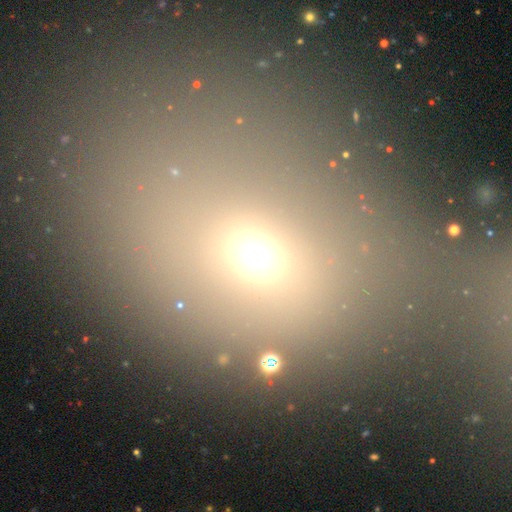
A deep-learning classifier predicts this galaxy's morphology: smooth-or-featured: smooth: 64% | star or artifact: 23% | featured or disk: 12%
  how-rounded: in between: 57% | round: 39% | cigar-shaped: 4%
  merging: none: 69% | minor disturbance: 13% | merger: 11% | major disturbance: 8%